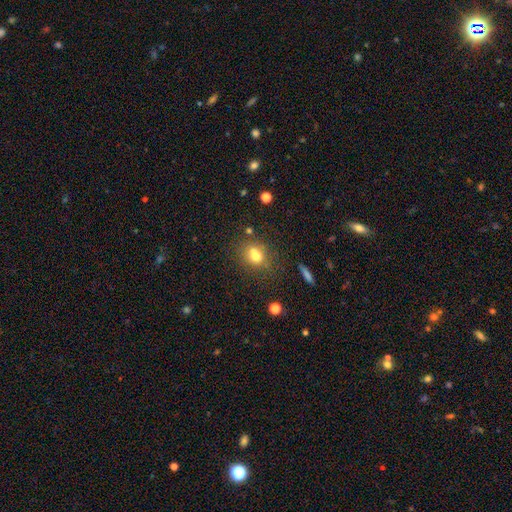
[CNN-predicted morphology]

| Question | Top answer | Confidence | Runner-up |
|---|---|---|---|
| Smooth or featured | smooth | 66% | featured or disk (18%) |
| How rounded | round | 69% | in between (29%) |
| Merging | none | 47% | merger (35%) |